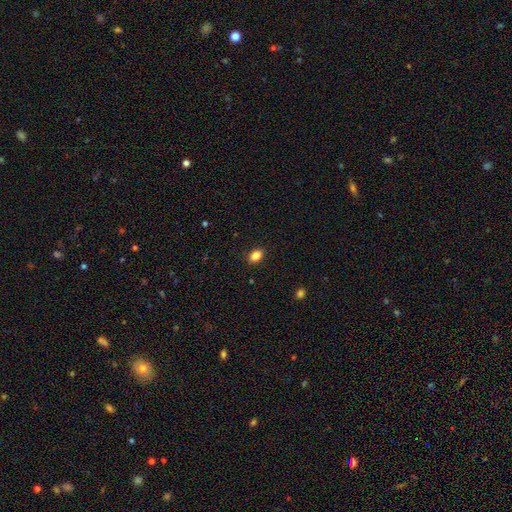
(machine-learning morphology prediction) smooth_or_featured: smooth (p=0.86) [alt: star or artifact p=0.10]
how_rounded: in between (p=0.81) [alt: round p=0.17]
merging: none (p=0.89) [alt: minor disturbance p=0.08]